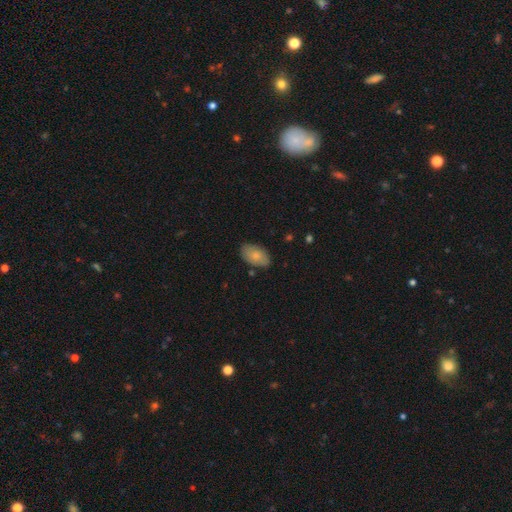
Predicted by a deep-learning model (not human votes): Overall: smooth (79%). How rounded: in between (93%). Merging: none (80%).